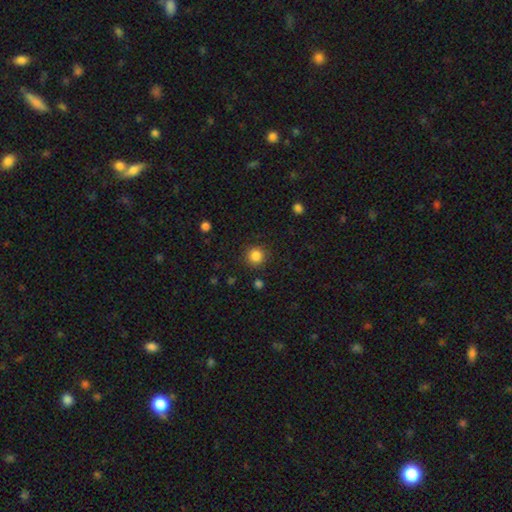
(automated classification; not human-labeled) smooth_or_featured: smooth (p=0.85) [alt: star or artifact p=0.11]
how_rounded: round (p=0.94) [alt: in between p=0.05]
merging: none (p=0.89) [alt: minor disturbance p=0.07]